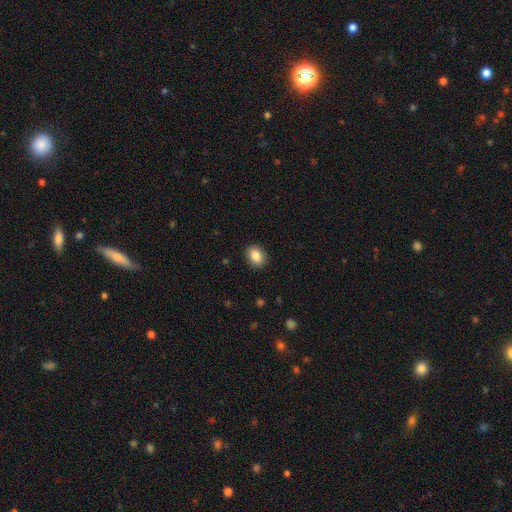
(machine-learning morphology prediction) Overall: smooth (86%). How rounded: in between (69%; round 30%). Merging: none (89%).